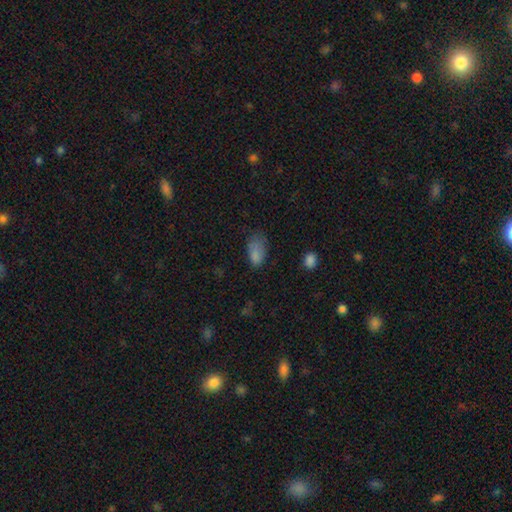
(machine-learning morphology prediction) Smooth or featured? Predicted: smooth (p=0.81). How rounded? Predicted: in between (p=0.91). Merging? Predicted: none (p=0.39).